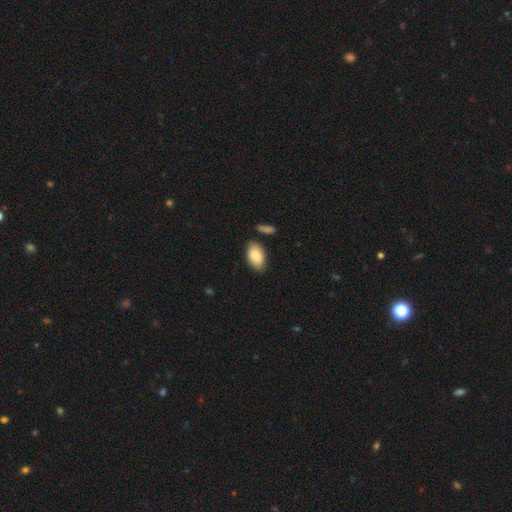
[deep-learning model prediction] This is clearly a smooth galaxy (87%). How rounded: clearly in between (94%). Merging: likely none (80%).